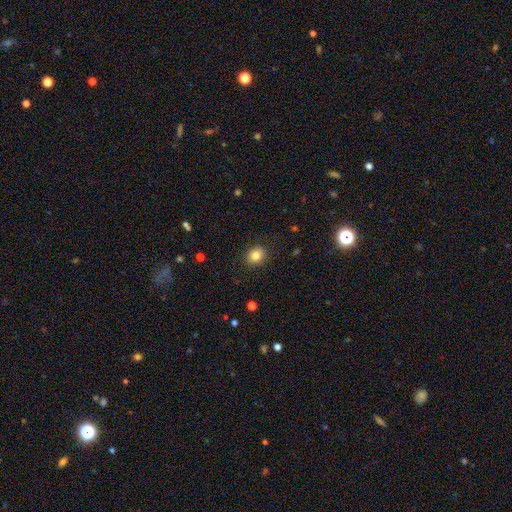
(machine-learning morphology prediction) Overall: smooth (84%). How rounded: round (62%; in between 37%). Merging: none (89%).